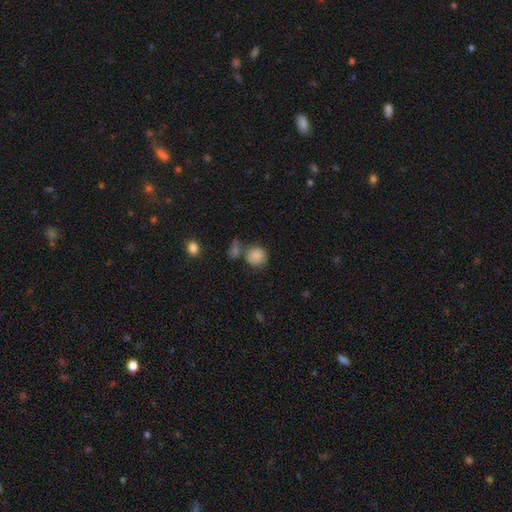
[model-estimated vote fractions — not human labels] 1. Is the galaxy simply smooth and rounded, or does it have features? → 81% smooth, 11% featured or disk, 8% star or artifact.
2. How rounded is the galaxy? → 80% round, 19% in between, 1% cigar-shaped.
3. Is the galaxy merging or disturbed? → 49% none, 22% merger, 20% minor disturbance, 9% major disturbance.